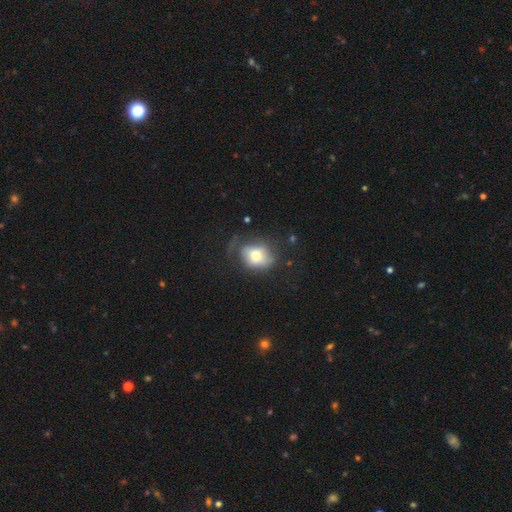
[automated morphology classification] Smooth or featured? Predicted: smooth (p=0.67). How rounded? Predicted: round (p=0.52). Merging? Predicted: none (p=0.47).